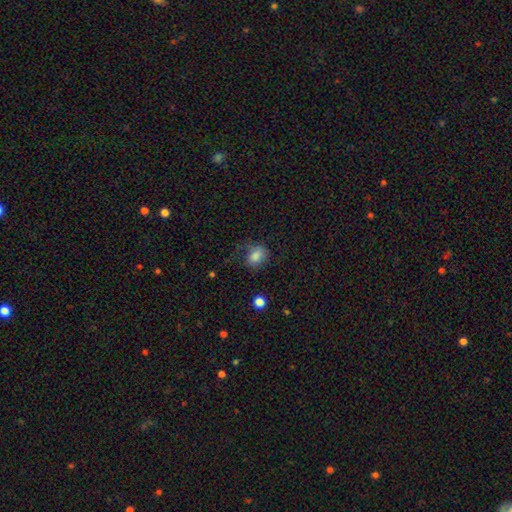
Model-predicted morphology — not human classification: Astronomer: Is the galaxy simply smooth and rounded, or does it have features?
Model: smooth — 81%.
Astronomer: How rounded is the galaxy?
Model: in between — 68%.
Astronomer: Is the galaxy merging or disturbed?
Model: none — 56%.